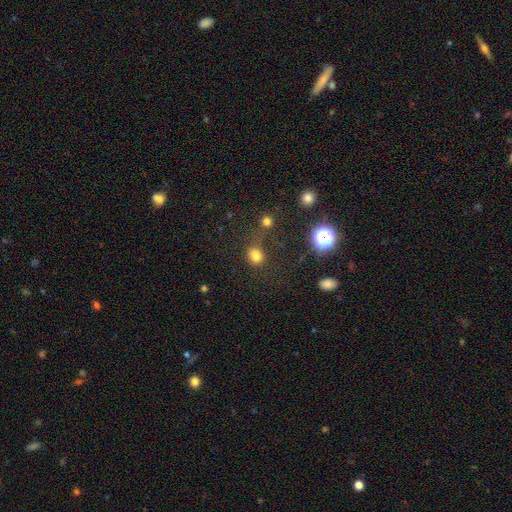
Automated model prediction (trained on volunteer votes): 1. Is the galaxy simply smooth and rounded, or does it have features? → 76% smooth, 18% star or artifact, 6% featured or disk.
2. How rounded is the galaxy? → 71% round, 28% in between, 1% cigar-shaped.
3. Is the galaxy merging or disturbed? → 69% none, 14% minor disturbance, 9% merger, 8% major disturbance.